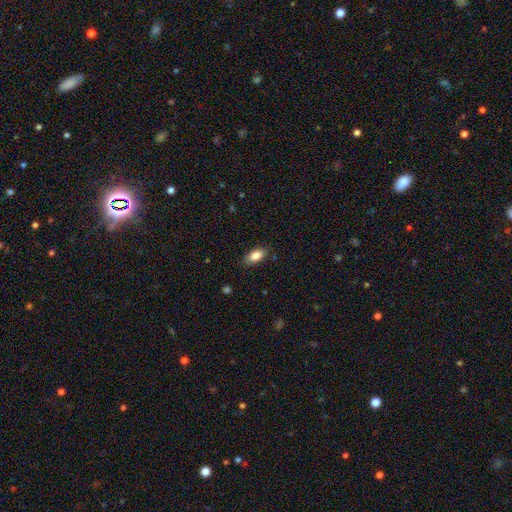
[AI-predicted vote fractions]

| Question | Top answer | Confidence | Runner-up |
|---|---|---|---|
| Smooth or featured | smooth | 85% | featured or disk (8%) |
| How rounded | in between | 90% | cigar-shaped (5%) |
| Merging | none | 85% | minor disturbance (11%) |